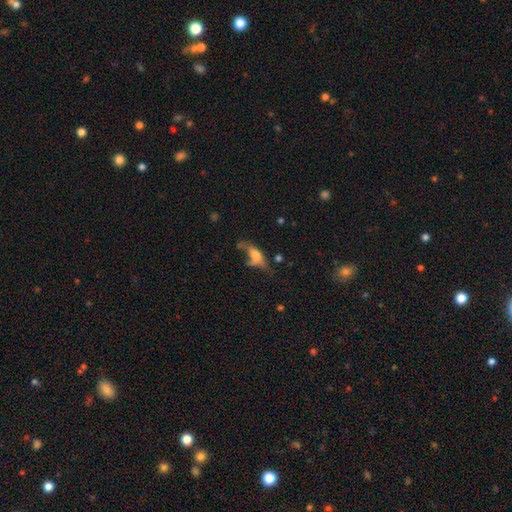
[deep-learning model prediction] Overall: smooth (53%; featured or disk 35%). How rounded: in between (66%; cigar-shaped 28%). Merging: none (33%; major disturbance 32%).